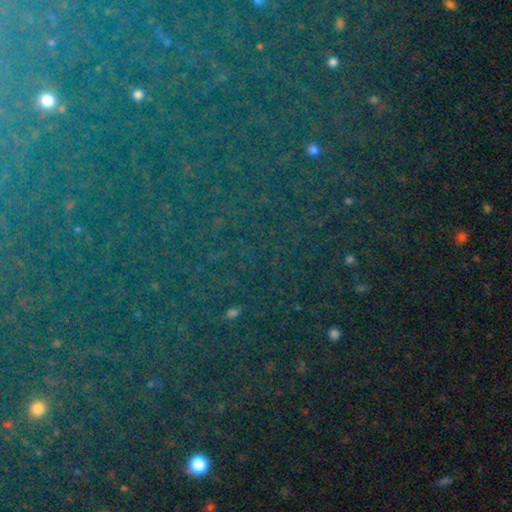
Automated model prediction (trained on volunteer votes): A star or artifact, not a galaxy (81%).